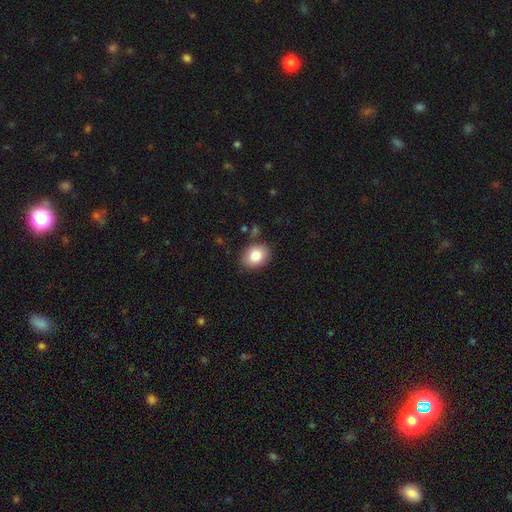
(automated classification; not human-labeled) The model was most divided on "how rounded": in between: 63%, round: 36%, cigar-shaped: 1%. More confident: merging — none (84%); smooth or featured — smooth (83%).